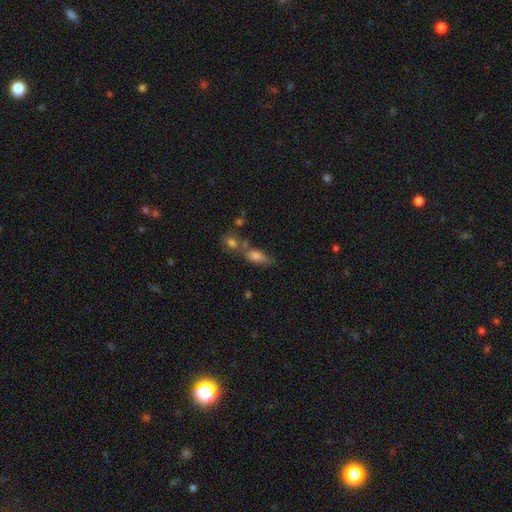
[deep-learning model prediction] smooth-or-featured: smooth: 68% | featured or disk: 18% | star or artifact: 13%
  how-rounded: in between: 70% | cigar-shaped: 23% | round: 7%
  merging: none: 40% | merger: 37% | minor disturbance: 15% | major disturbance: 8%